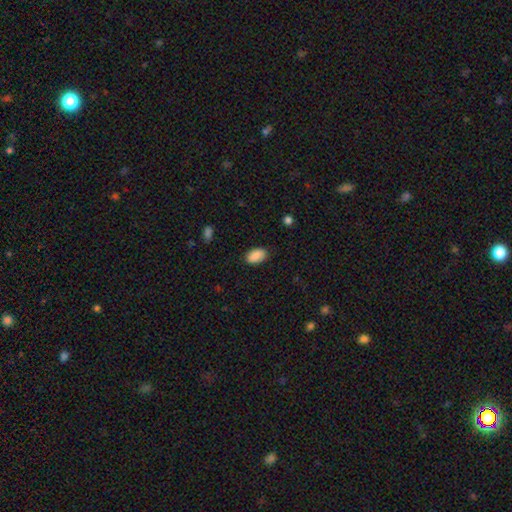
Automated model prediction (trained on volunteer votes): Smooth or featured? Predicted: smooth (p=0.89). How rounded? Predicted: in between (p=0.93). Merging? Predicted: none (p=0.85).